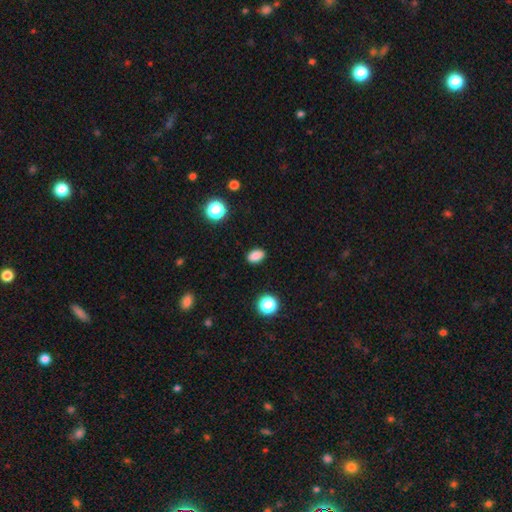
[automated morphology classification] smooth_or_featured: smooth (p=0.86) [alt: star or artifact p=0.11]
how_rounded: in between (p=0.83) [alt: round p=0.15]
merging: none (p=0.89) [alt: minor disturbance p=0.08]